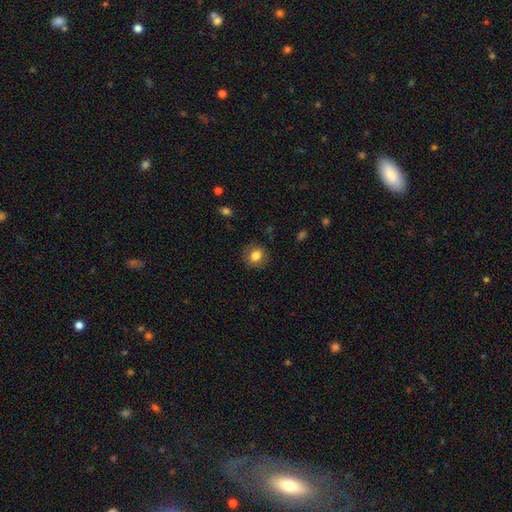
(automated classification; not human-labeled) A smooth galaxy with no disk features (82%) that is round (79%). Merging: none (87%).